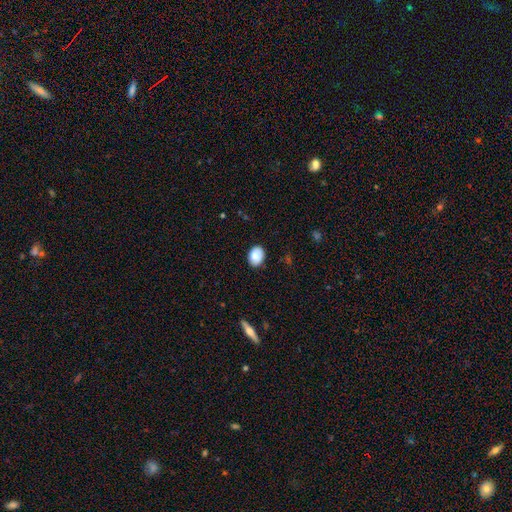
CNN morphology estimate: This appears to be a smooth galaxy with no disk features (84%) that is in between round and cigar-shaped (72%). Merging: none (86%).